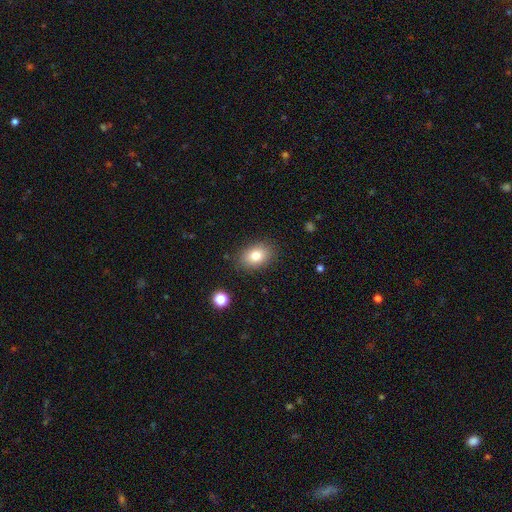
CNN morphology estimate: Smooth or featured? smooth (81%)
How rounded? in between (79%)
Merging? none (86%)